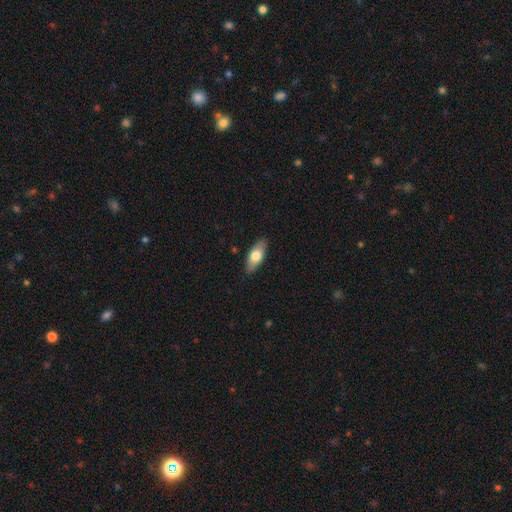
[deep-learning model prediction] A smooth galaxy with no disk features (70%) that is in between round and cigar-shaped (81%). Merging: none (88%).